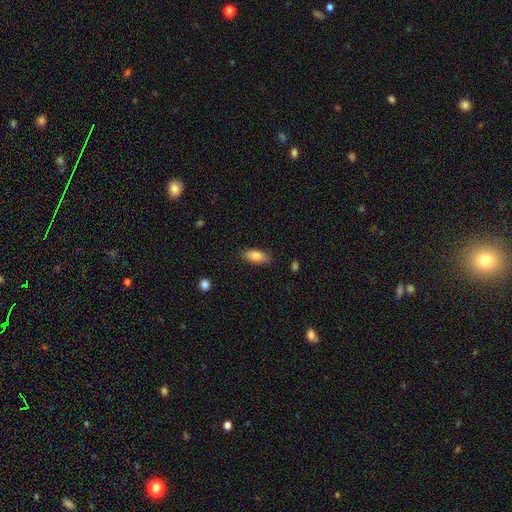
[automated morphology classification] Q: Smooth or featured?
A: smooth (80%); runner-up: featured or disk (12%)
Q: How rounded?
A: in between (84%); runner-up: cigar-shaped (13%)
Q: Merging?
A: none (82%); runner-up: minor disturbance (14%)